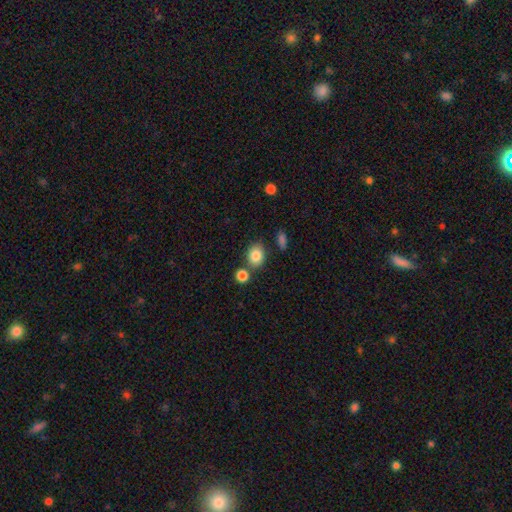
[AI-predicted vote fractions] smooth 85%, star or artifact 9%, featured or disk 6%. Down the decision tree: how rounded — in between (52%); merging — none (69%).